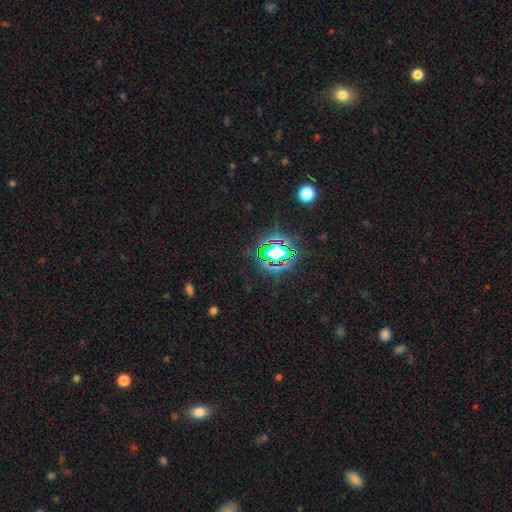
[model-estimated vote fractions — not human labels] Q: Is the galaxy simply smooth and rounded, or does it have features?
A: star or artifact — 71%.